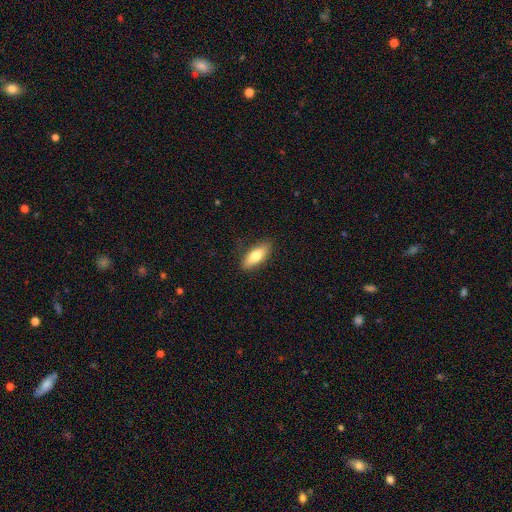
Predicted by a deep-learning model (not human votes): Smooth or featured? smooth (72%)
How rounded? in between (64%)
Merging? none (85%)